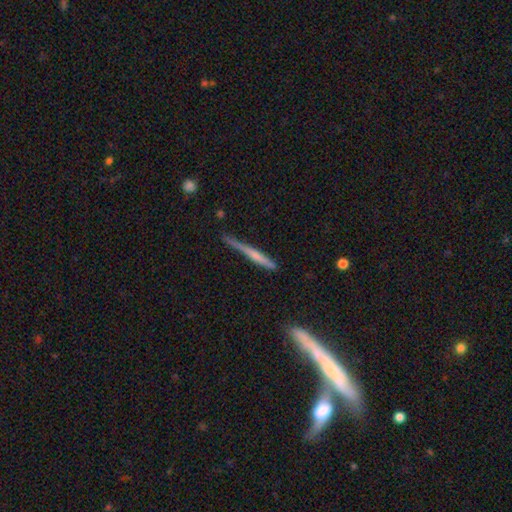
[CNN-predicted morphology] smooth 47%, featured or disk 46%, star or artifact 7%. Down the decision tree: merging — none (65%).